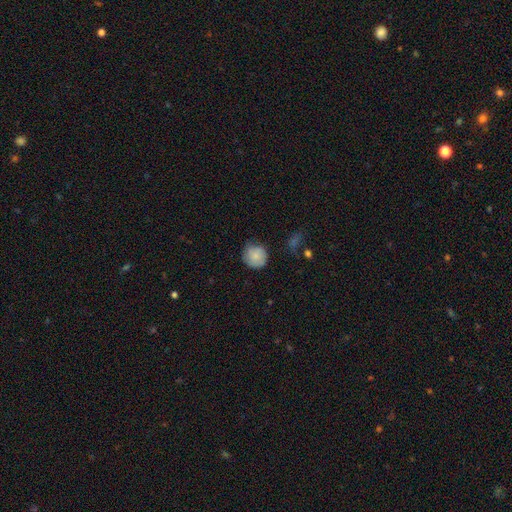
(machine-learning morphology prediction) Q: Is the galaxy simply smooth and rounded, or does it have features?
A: smooth — 80%.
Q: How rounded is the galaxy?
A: round — 90%.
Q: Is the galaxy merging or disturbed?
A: none — 64%.